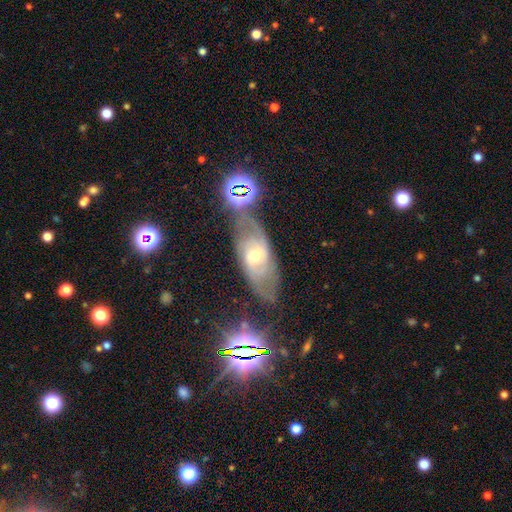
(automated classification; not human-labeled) smooth-or-featured: featured or disk: 72% | smooth: 15% | star or artifact: 13%
  disk-edge-on: no: 89% | yes: 11%
    bar: no: 49% | weak: 40% | strong: 11%
    has-spiral-arms: yes: 90% | no: 10%
      spiral-winding: medium: 43% | tight: 41% | loose: 16%
      spiral-arm-count: 2: 53% | can't tell: 31% | 3: 8% | 4: 3% | 1: 3% | more than 4: 2%
    bulge-size: small: 50% | moderate: 45% | large: 3% | none: 1% | dominant: 1%
  merging: none: 60% | minor disturbance: 21% | merger: 10% | major disturbance: 10%